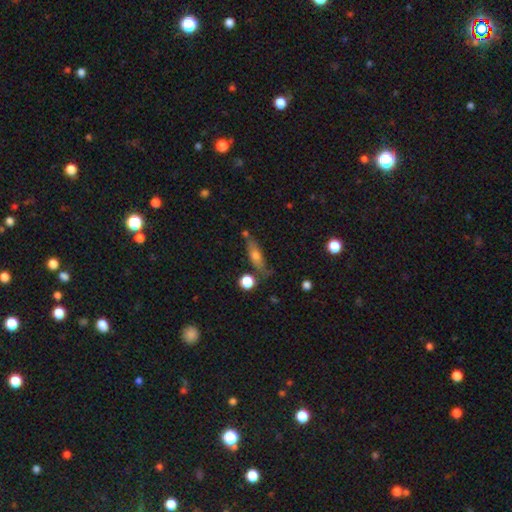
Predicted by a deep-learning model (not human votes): A smooth galaxy with no disk features (56%) that is cigar-shaped (50%). Merging: none (63%).